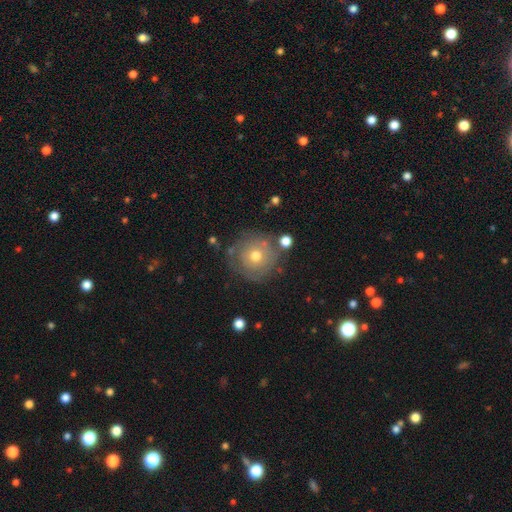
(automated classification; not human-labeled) Smooth or featured? Predicted: smooth (p=0.50). Merging? Predicted: none (p=0.73).